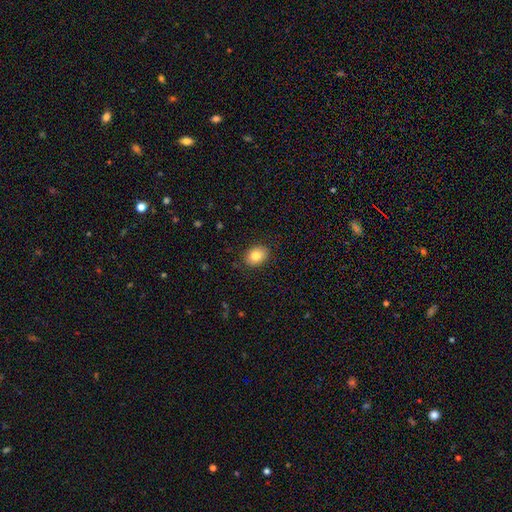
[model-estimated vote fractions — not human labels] smooth_or_featured: smooth (p=0.83) [alt: featured or disk p=0.09]
how_rounded: in between (p=0.70) [alt: round p=0.29]
merging: none (p=0.87) [alt: minor disturbance p=0.09]